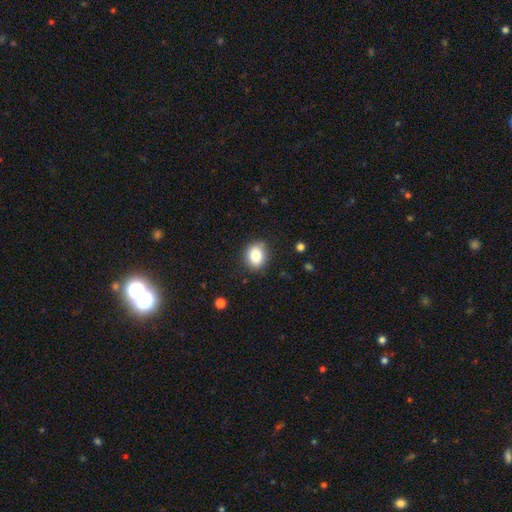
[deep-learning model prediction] This is clearly a smooth galaxy (84%). How rounded: possibly round (59%). Merging: clearly none (86%).